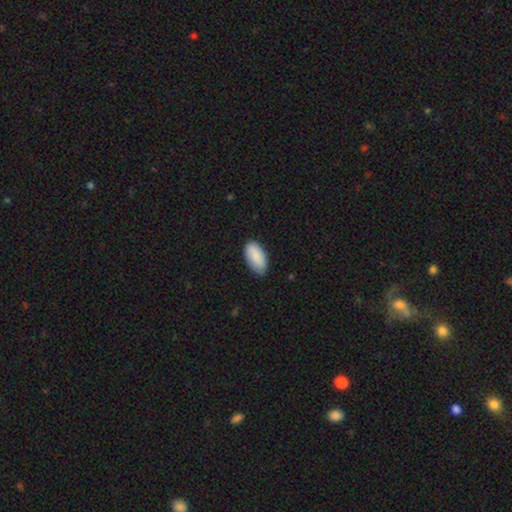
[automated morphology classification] This appears to be a smooth galaxy with no disk features (88%) that is in between round and cigar-shaped (95%). Merging: none (80%).